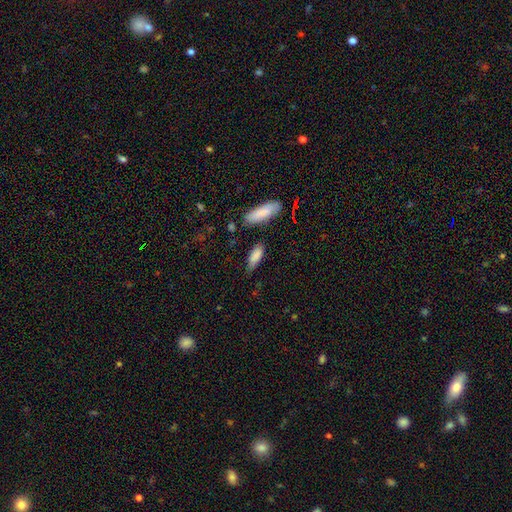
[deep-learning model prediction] smooth 85%, featured or disk 8%, star or artifact 7%. Down the decision tree: how rounded — in between (64%); merging — none (67%).